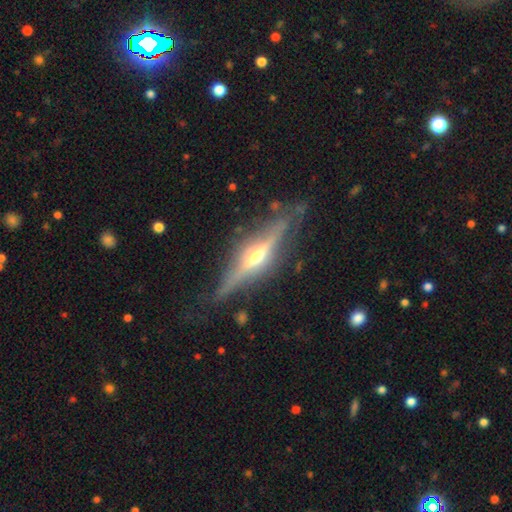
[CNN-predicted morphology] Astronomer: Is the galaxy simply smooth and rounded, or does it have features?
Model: featured or disk — 80%.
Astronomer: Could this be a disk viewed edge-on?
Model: yes — 95%.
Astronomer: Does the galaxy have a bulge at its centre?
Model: rounded — 91%.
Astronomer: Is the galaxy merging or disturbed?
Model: none — 80%.